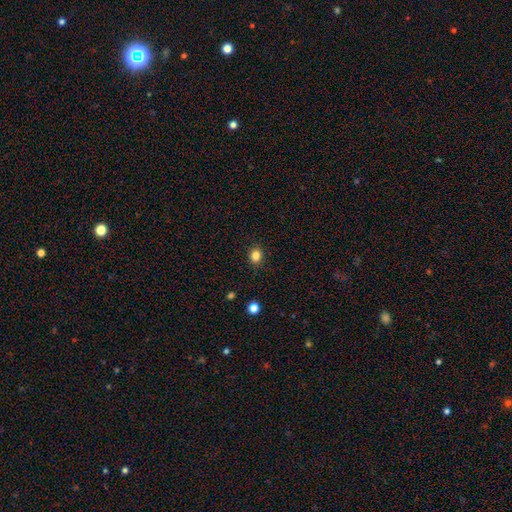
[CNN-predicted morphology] This appears to be a smooth galaxy with no disk features (84%) that is round (61%). Merging: none (89%).